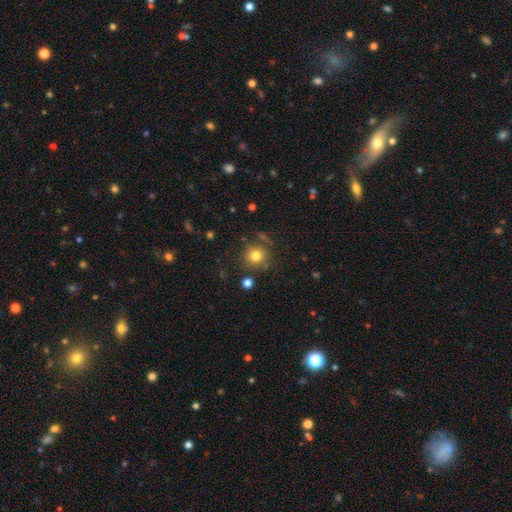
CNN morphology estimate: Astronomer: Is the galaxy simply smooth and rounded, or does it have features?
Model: smooth — 78%.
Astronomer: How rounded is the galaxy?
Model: round — 91%.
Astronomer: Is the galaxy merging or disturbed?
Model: none — 78%.